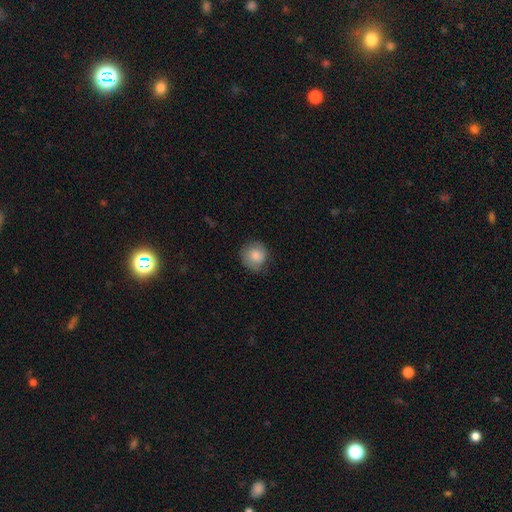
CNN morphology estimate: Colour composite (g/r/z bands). It shows a smooth galaxy with no disk features (81%) that is round (88%). Merging: none (74%).